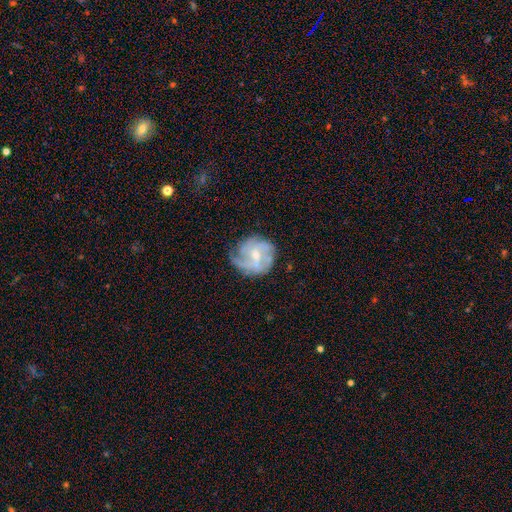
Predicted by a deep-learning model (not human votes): A featured or disk galaxy (74%) with a weak bar (46%, tied with no), medium (40%) spiral arms (86%) and a small central bulge (48%). Merging: none (62%).